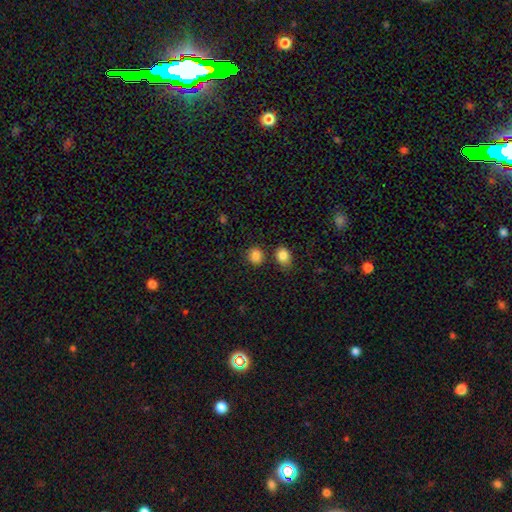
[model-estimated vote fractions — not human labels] Q: Smooth or featured?
A: smooth (86%); runner-up: star or artifact (10%)
Q: How rounded?
A: round (67%); runner-up: in between (32%)
Q: Merging?
A: none (77%); runner-up: minor disturbance (11%)